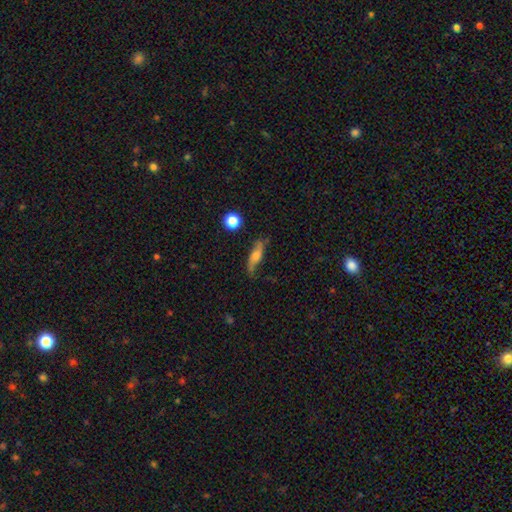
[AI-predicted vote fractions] This is possibly a featured or disk galaxy (49%). Merging: likely none (68%).